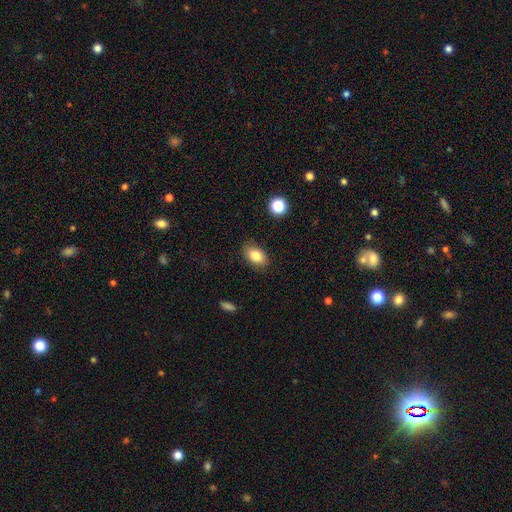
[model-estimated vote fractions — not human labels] This is clearly a smooth galaxy (82%). How rounded: clearly in between (86%). Merging: clearly none (84%).